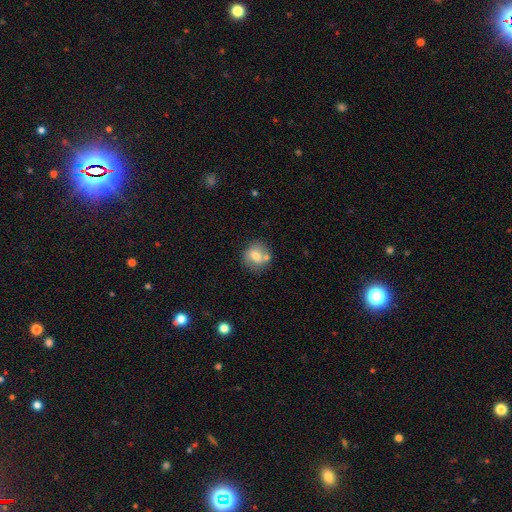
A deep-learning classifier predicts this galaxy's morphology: A smooth galaxy with no disk features (72%) that is round (85%). Merging: none (69%).